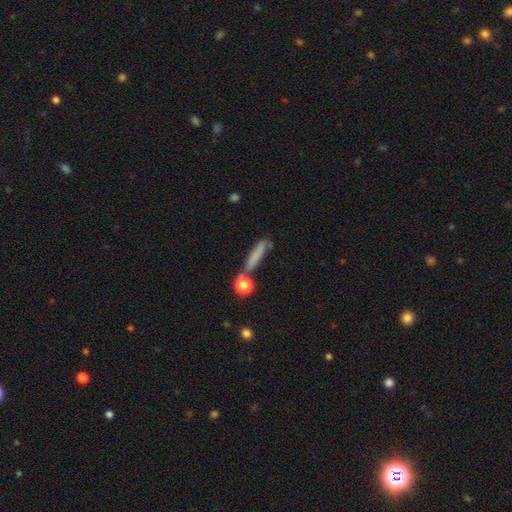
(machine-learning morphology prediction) Q: Smooth or featured?
A: smooth (72%); runner-up: featured or disk (17%)
Q: How rounded?
A: cigar-shaped (81%); runner-up: in between (13%)
Q: Merging?
A: none (66%); runner-up: minor disturbance (16%)